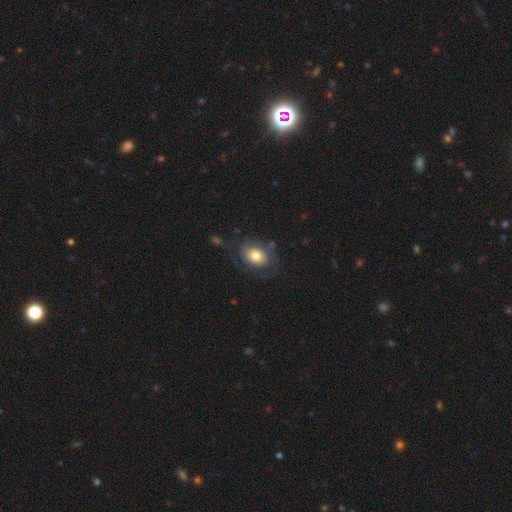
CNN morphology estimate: This is possibly a smooth galaxy (53%). How rounded: likely in between (66%). Merging: possibly none (55%).